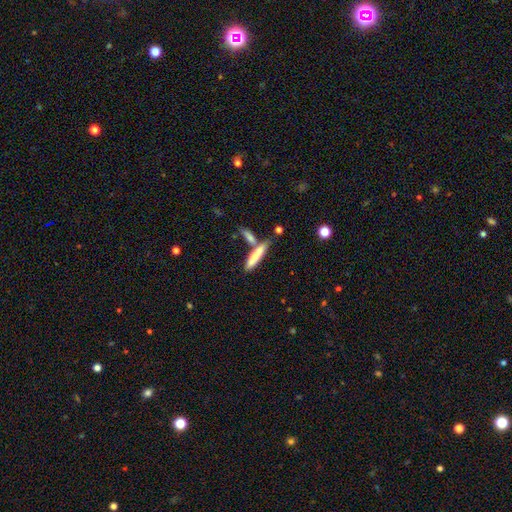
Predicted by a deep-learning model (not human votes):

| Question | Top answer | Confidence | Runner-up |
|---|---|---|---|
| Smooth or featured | smooth | 73% | featured or disk (20%) |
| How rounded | cigar-shaped | 85% | in between (13%) |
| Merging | none | 51% | merger (29%) |